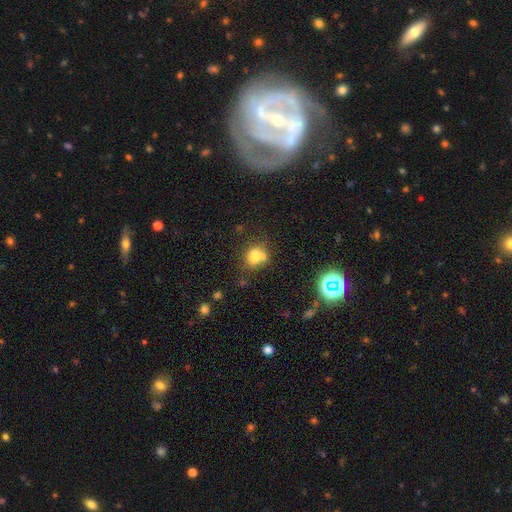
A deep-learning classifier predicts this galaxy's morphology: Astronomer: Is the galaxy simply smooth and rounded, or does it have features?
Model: smooth — 73%.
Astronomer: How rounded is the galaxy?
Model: round — 56% (runner-up: in between, 42%).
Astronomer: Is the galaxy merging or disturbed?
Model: none — 42% (runner-up: merger, 30%).